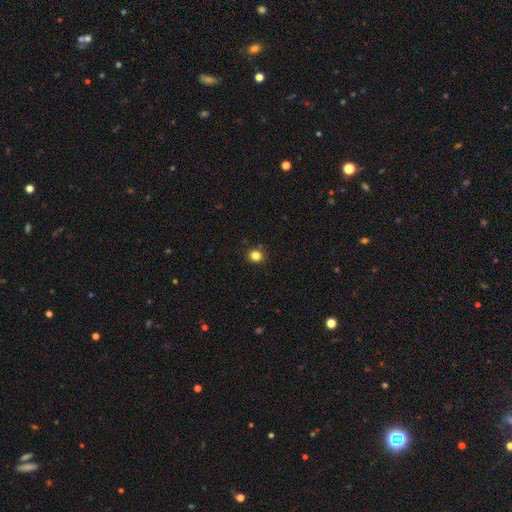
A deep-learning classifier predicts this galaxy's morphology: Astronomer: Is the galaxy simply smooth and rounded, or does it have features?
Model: smooth — 83%.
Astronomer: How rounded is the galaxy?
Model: round — 76%.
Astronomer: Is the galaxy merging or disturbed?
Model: none — 87%.